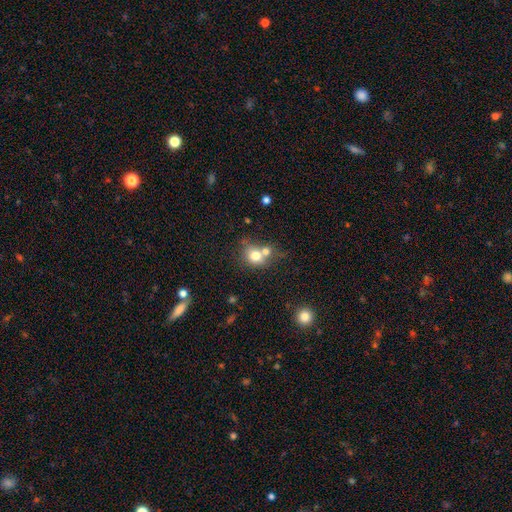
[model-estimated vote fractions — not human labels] A smooth galaxy with no disk features (74%) that is round (68%). Merging: merger (50%).